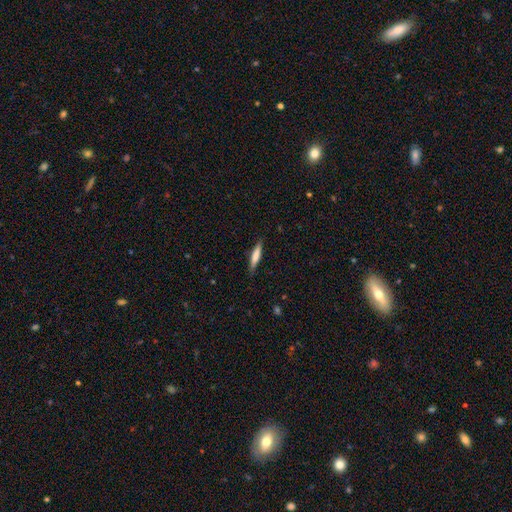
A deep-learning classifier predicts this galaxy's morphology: Smooth or featured: smooth — 70% (featured or disk — 24%)
How rounded: cigar-shaped — 88% (in between — 11%)
Merging: none — 87% (minor disturbance — 10%)